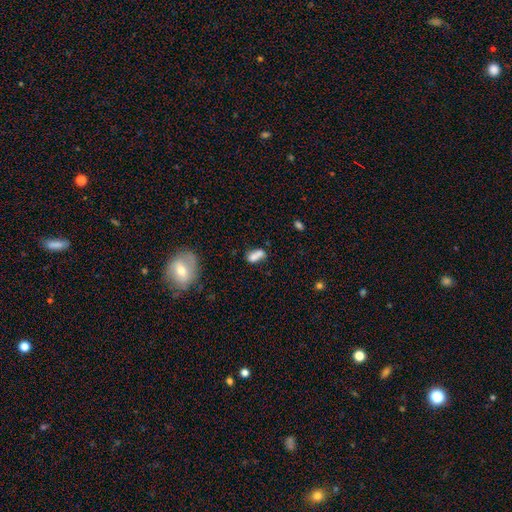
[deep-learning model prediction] Smooth or featured: smooth — 75% (featured or disk — 15%)
How rounded: in between — 79% (cigar-shaped — 12%)
Merging: merger — 39% (none — 36%)